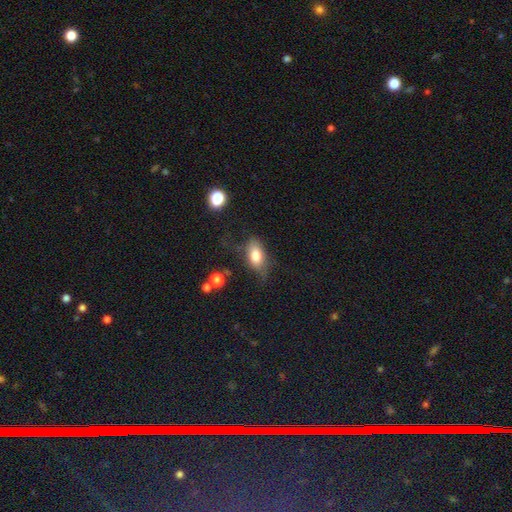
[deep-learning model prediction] Morphology: type=smooth (78%); roundness=in between (87%); merging=none (61%).